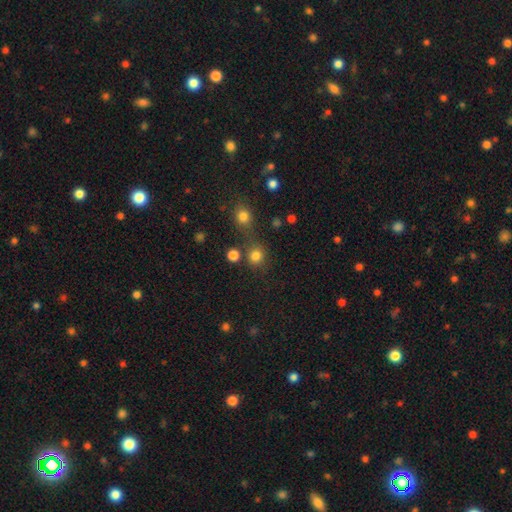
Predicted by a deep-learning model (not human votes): This appears to be a smooth galaxy with no disk features (80%) that is round (88%). Merging: none (70%).